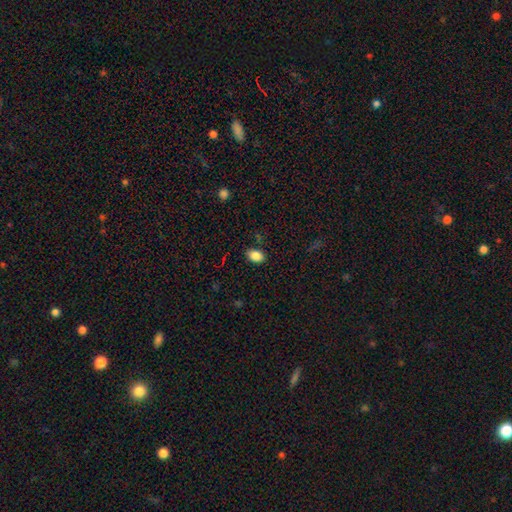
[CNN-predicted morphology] type=smooth (87%); roundness=in between (84%); merging=none (85%).